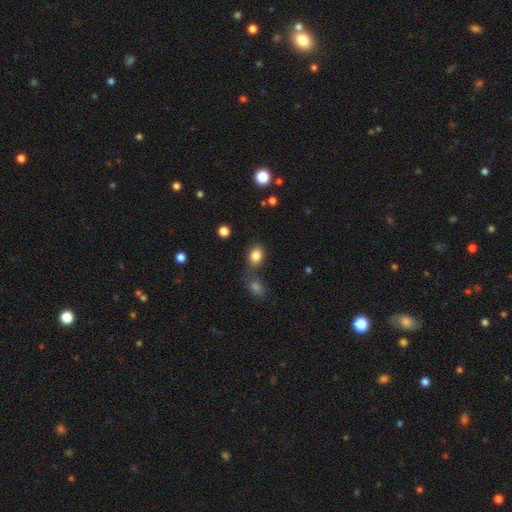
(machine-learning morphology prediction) smooth-or-featured: smooth: 83% | star or artifact: 11% | featured or disk: 6%
  how-rounded: in between: 66% | round: 33% | cigar-shaped: 1%
  merging: none: 66% | merger: 16% | minor disturbance: 14% | major disturbance: 5%